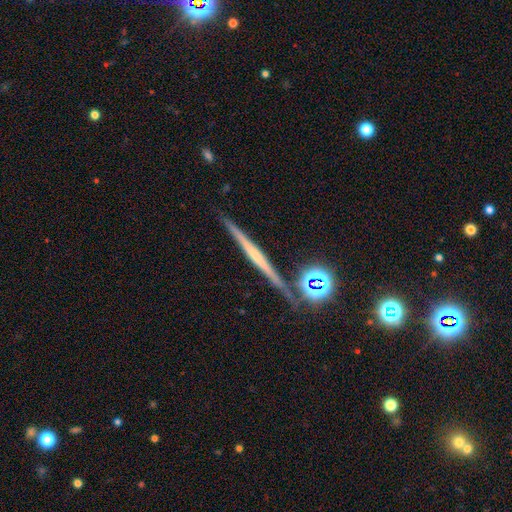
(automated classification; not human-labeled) Smooth or featured?
  - featured or disk: 63% *
  - smooth: 23%
  - star or artifact: 14%
Edge-on disk?
  - yes: 97% *
  - no: 3%
Edge-on bulge?
  - none: 49% *
  - rounded: 40%
  - boxy: 11%
Merging?
  - none: 86% *
  - minor disturbance: 8%
  - merger: 4%
  - major disturbance: 2%